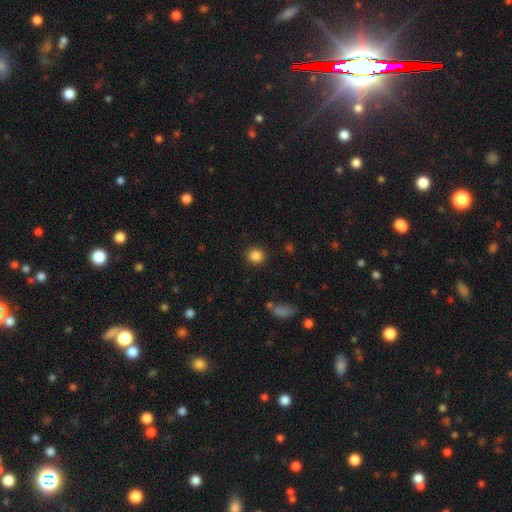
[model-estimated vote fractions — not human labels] Smooth or featured: smooth — 86% (star or artifact — 10%)
How rounded: round — 85% (in between — 14%)
Merging: none — 89% (minor disturbance — 7%)